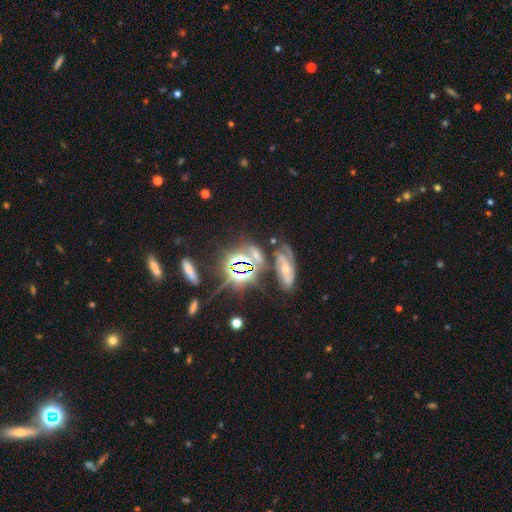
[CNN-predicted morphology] star or artifact 55%, featured or disk 23%, smooth 22%.